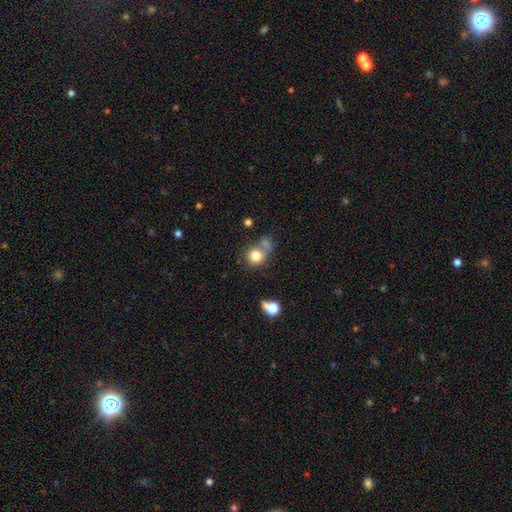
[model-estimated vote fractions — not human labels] Smooth or featured: smooth — 80% (star or artifact — 11%)
How rounded: round — 84% (in between — 15%)
Merging: none — 51% (merger — 28%)